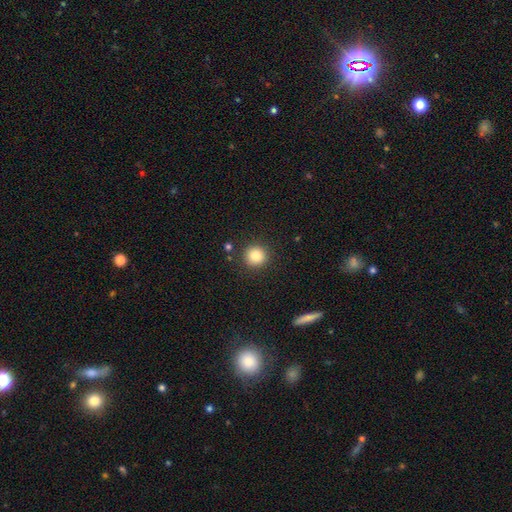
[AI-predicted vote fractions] Smooth or featured? Predicted: smooth (p=0.85). How rounded? Predicted: round (p=0.92). Merging? Predicted: none (p=0.89).